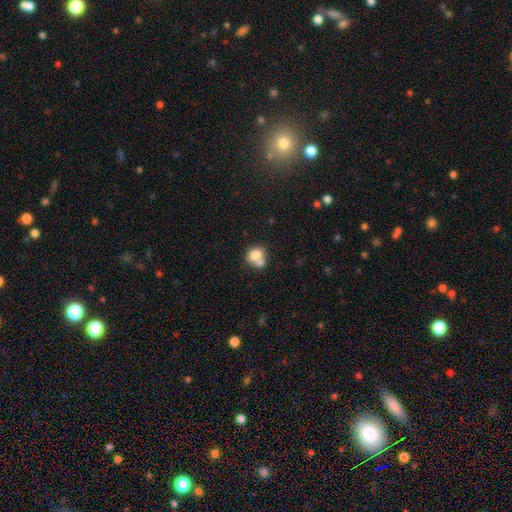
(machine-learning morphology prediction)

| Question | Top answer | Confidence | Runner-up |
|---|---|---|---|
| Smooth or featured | smooth | 76% | featured or disk (15%) |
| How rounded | round | 59% | in between (40%) |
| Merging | merger | 53% | none (33%) |